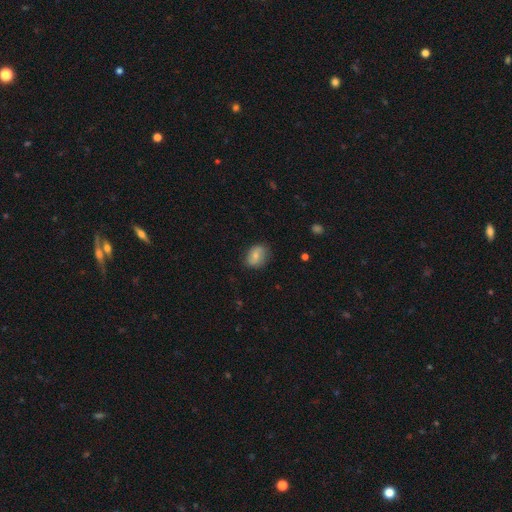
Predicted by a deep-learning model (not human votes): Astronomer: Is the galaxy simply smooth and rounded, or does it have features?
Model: smooth — 62%.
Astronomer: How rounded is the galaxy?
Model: in between — 61% (runner-up: round, 38%).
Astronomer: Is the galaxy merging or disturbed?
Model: none — 75%.